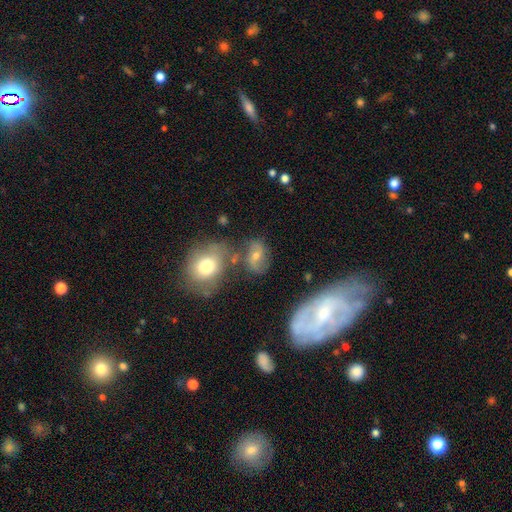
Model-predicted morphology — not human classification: A featured or disk galaxy (50%). Merging: none (56%).